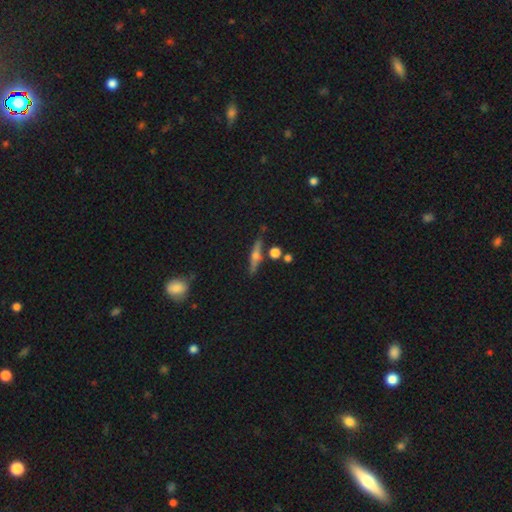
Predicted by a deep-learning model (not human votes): Smooth or featured?
  - featured or disk: 63% *
  - smooth: 28%
  - star or artifact: 9%
Edge-on disk?
  - yes: 95% *
  - no: 5%
Edge-on bulge?
  - rounded: 89% *
  - none: 6%
  - boxy: 5%
Merging?
  - none: 82% *
  - minor disturbance: 10%
  - merger: 5%
  - major disturbance: 3%